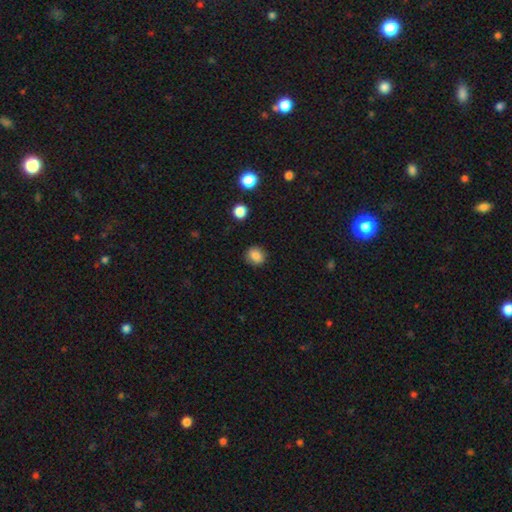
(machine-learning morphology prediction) A smooth galaxy with no disk features (85%) that is round (75%).

Vote fractions:
- Smooth or featured? smooth: 85% / star or artifact: 10% / featured or disk: 4%
- How rounded? round: 75% / in between: 24% / cigar-shaped: 1%
- Merging? none: 88% / minor disturbance: 8% / major disturbance: 2% / merger: 1%